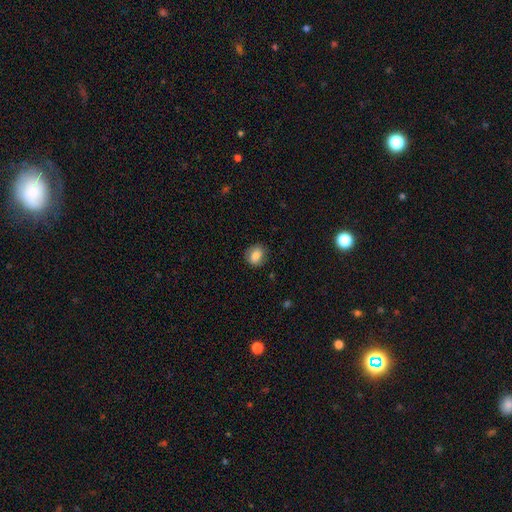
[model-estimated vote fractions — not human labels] Smooth or featured? smooth (81%)
How rounded? round (59%)
Merging? none (83%)